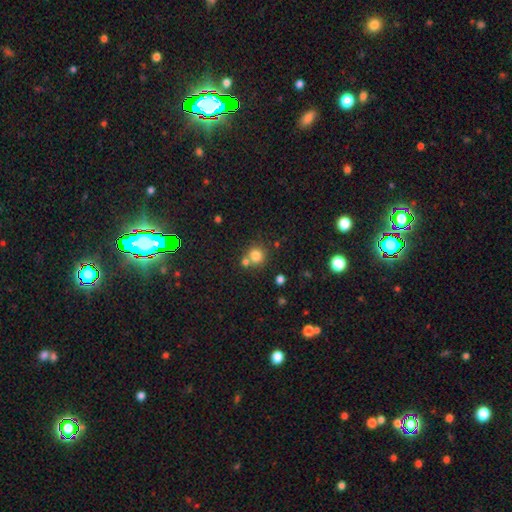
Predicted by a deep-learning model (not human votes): Smooth or featured? smooth (80%)
How rounded? round (89%)
Merging? none (62%)